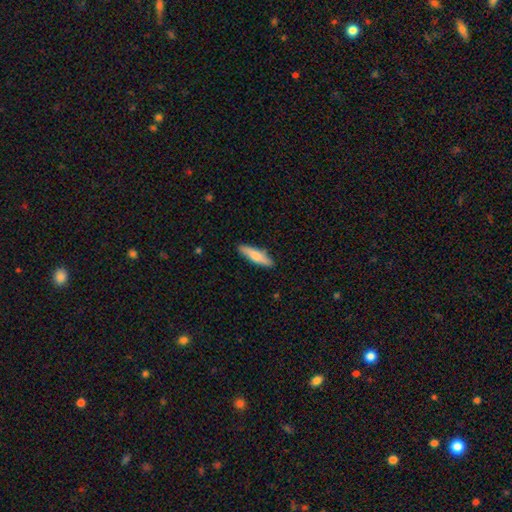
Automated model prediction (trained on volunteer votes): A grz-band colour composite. It shows a smooth galaxy with no disk features (69%) that is cigar-shaped (70%). Merging: none (87%).